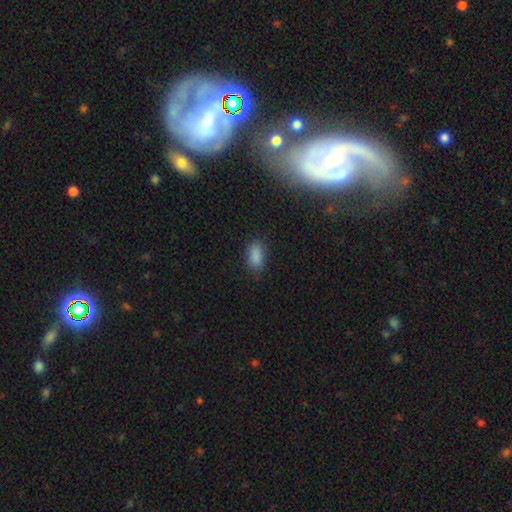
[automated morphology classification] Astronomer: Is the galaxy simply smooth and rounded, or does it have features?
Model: smooth — 86%.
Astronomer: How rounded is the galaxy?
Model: in between — 90%.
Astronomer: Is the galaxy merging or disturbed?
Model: none — 80%.